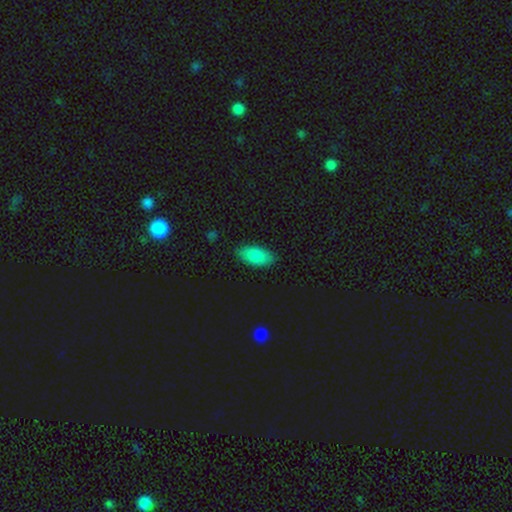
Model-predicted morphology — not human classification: Smooth or featured: smooth — 86% (star or artifact — 7%)
How rounded: in between — 91% (cigar-shaped — 7%)
Merging: none — 84% (minor disturbance — 12%)